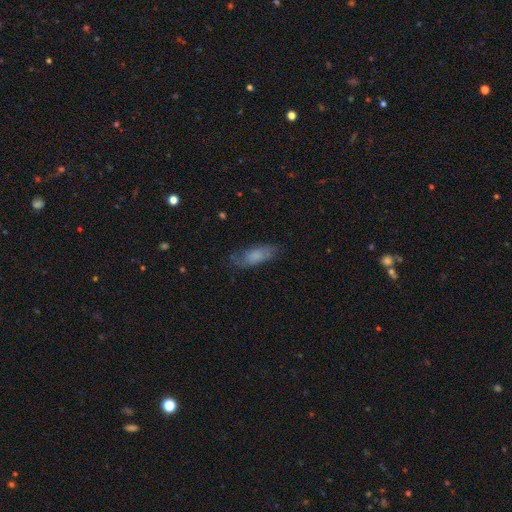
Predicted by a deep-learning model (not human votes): Smooth or featured?
  - smooth: 66% *
  - featured or disk: 26%
  - star or artifact: 8%
How rounded?
  - in between: 68% *
  - cigar-shaped: 30%
  - round: 3%
Merging?
  - none: 68% *
  - minor disturbance: 22%
  - major disturbance: 8%
  - merger: 2%